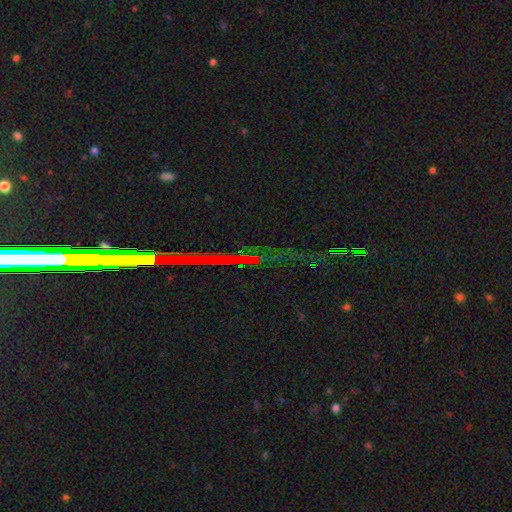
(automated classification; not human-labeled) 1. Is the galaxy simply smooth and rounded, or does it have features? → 80% star or artifact, 12% featured or disk, 9% smooth.